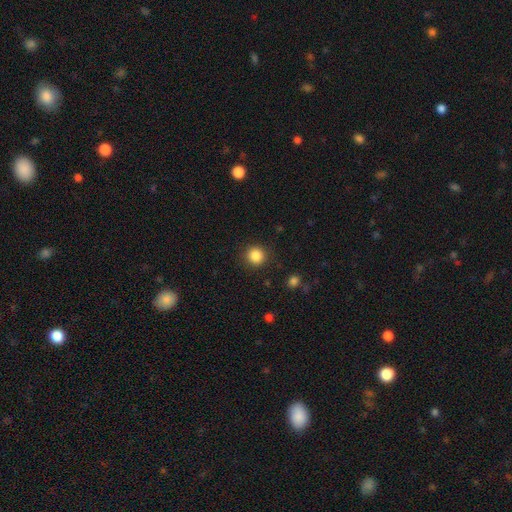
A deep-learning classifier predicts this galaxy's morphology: The model was most divided on "smooth or featured": smooth: 85%, star or artifact: 11%, featured or disk: 4%. More confident: how rounded — round (93%); merging — none (90%).